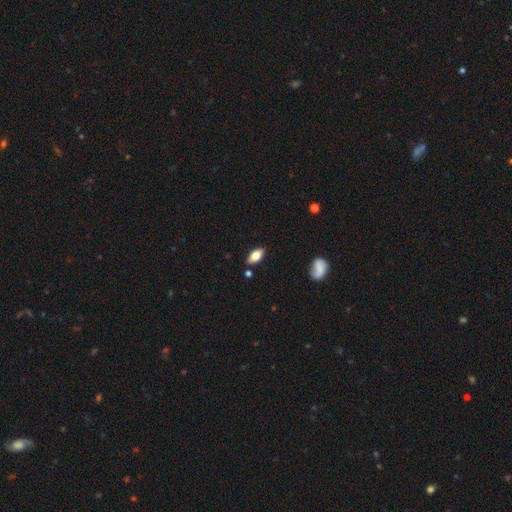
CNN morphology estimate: smooth 72%, featured or disk 21%, star or artifact 7%. Down the decision tree: how rounded — in between (88%); merging — none (84%).